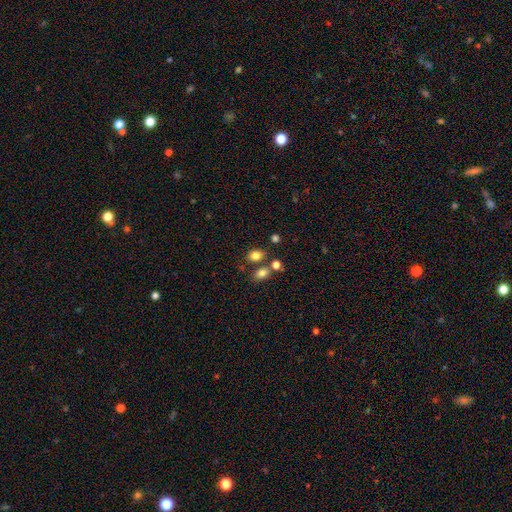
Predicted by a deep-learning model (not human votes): The model was most divided on "how rounded": in between: 67%, round: 32%, cigar-shaped: 1%. More confident: smooth or featured — smooth (81%); merging — none (65%).